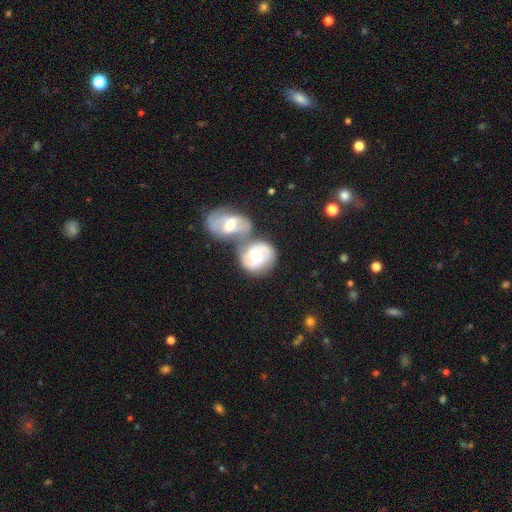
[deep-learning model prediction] This appears to be a featured or disk galaxy (72%) with no bar (46%), 2 (81%) medium (44%) spiral arms (87%) and a moderate central bulge (71%). Merging: merger (58%).